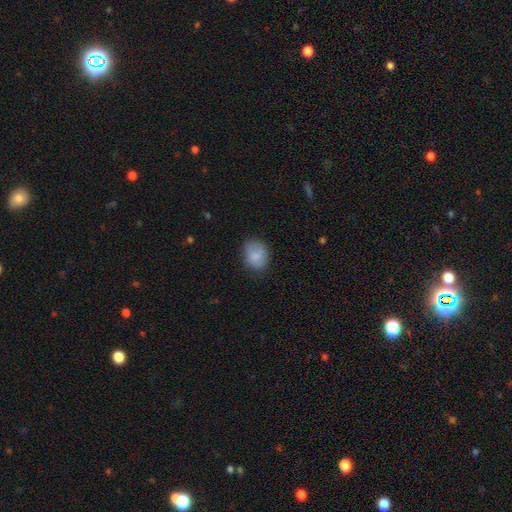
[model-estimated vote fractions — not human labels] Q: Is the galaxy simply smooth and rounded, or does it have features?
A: smooth — 83%.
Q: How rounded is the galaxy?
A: in between — 57%.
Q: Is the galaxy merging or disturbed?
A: none — 73%.